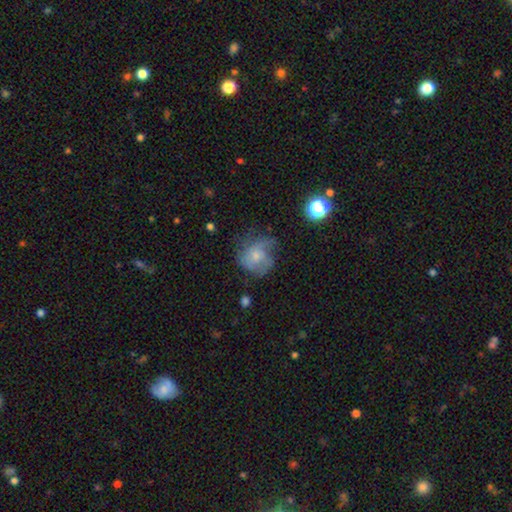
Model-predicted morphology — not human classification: smooth-or-featured: featured or disk: 58% | smooth: 32% | star or artifact: 10%
  disk-edge-on: no: 98% | yes: 2%
    bar: no: 79% | weak: 18% | strong: 2%
    has-spiral-arms: yes: 78% | no: 22%
    bulge-size: small: 63% | moderate: 29% | none: 6% | large: 2% | dominant: 1%
  merging: none: 46% | minor disturbance: 26% | major disturbance: 26% | merger: 2%